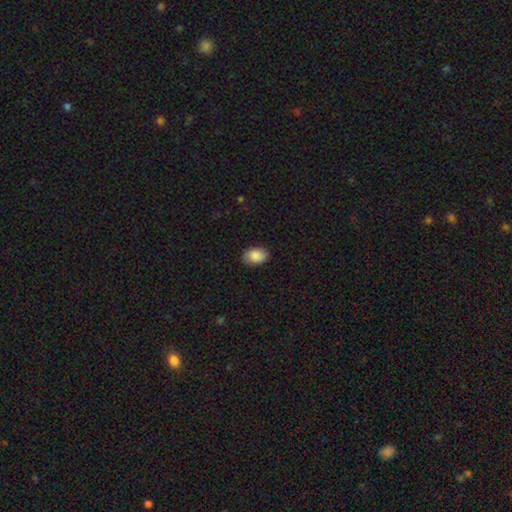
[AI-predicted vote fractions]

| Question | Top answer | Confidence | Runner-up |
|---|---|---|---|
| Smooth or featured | smooth | 89% | star or artifact (7%) |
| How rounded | in between | 84% | round (15%) |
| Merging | none | 87% | minor disturbance (10%) |